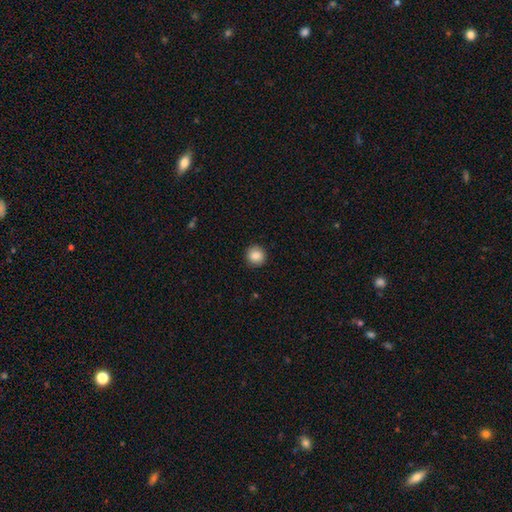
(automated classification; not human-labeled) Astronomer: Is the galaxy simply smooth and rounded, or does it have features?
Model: smooth — 87%.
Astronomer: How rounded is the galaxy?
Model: round — 94%.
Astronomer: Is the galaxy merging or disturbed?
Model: none — 92%.